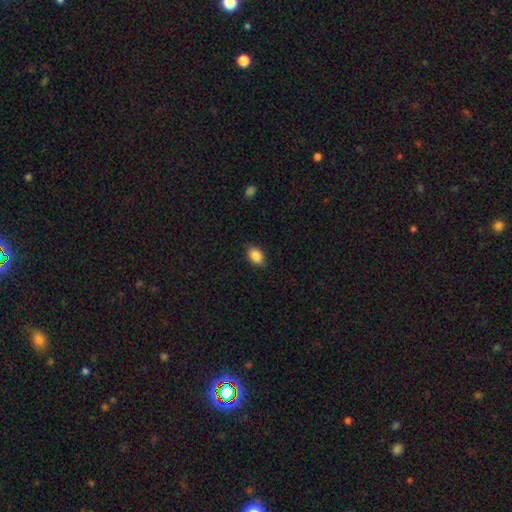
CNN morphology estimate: smooth-or-featured: smooth: 88% | star or artifact: 8% | featured or disk: 4%
  how-rounded: in between: 83% | round: 16% | cigar-shaped: 1%
  merging: none: 86% | minor disturbance: 11% | major disturbance: 2% | merger: 1%